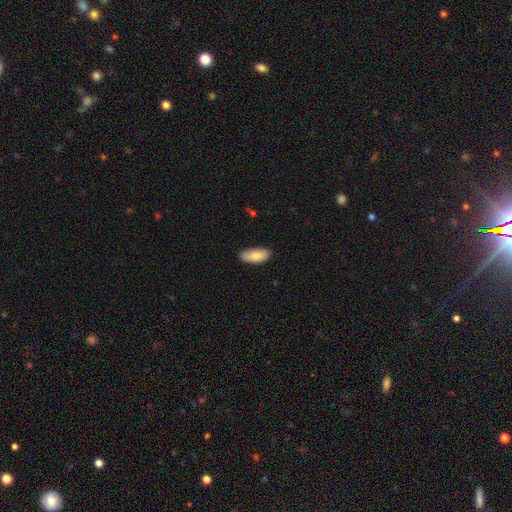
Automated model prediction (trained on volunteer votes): This appears to be a smooth galaxy with no disk features (86%) that is in between round and cigar-shaped (87%). Merging: none (86%).